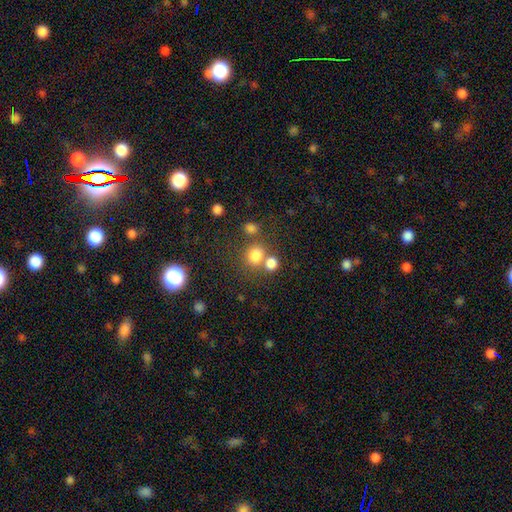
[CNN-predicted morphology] Smooth or featured? Predicted: smooth (p=0.77). How rounded? Predicted: round (p=0.81). Merging? Predicted: none (p=0.58).